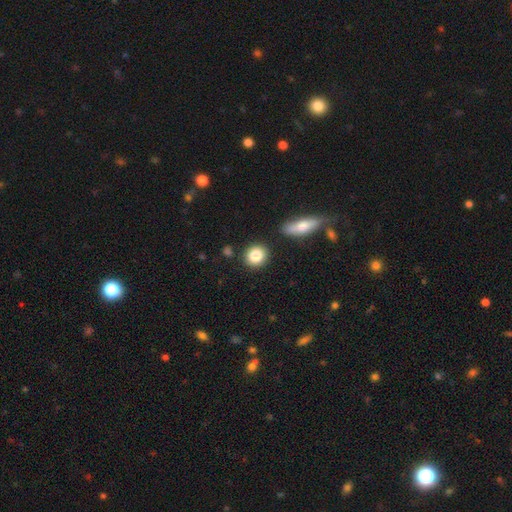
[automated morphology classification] A smooth galaxy with no disk features (85%) that is round (79%). Merging: none (83%).